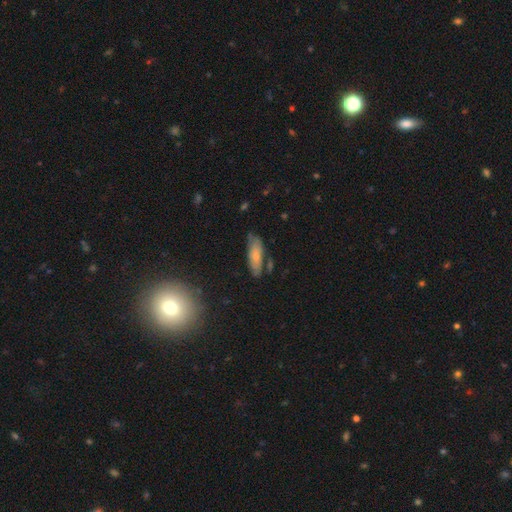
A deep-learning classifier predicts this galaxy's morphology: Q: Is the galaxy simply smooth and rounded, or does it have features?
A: smooth — 63%.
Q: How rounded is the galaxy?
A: in between — 64%.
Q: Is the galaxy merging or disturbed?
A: none — 66%.